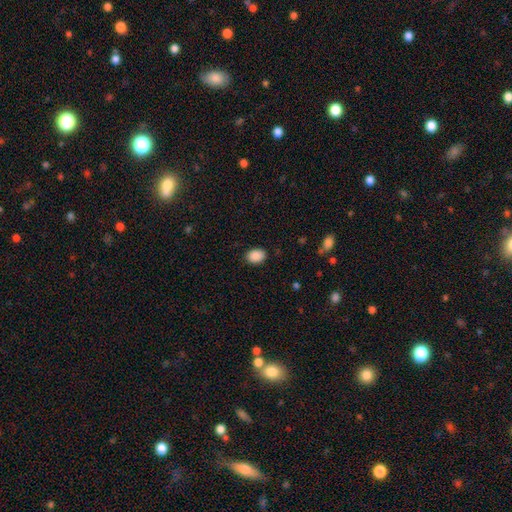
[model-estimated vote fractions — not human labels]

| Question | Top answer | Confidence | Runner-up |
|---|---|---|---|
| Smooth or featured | smooth | 89% | star or artifact (8%) |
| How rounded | in between | 75% | round (24%) |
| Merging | none | 87% | minor disturbance (10%) |